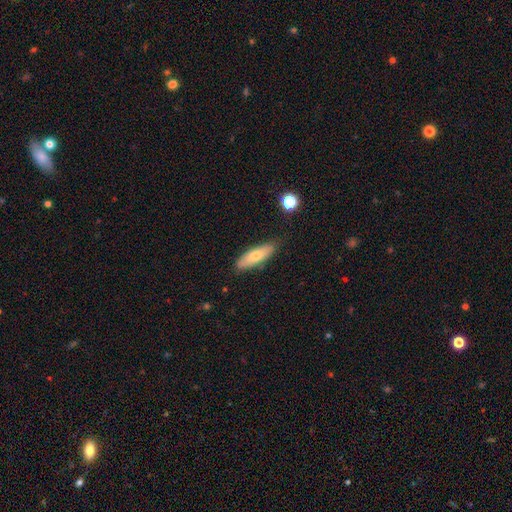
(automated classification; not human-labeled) Smooth or featured? Predicted: smooth (p=0.68). How rounded? Predicted: in between (p=0.52). Merging? Predicted: none (p=0.82).